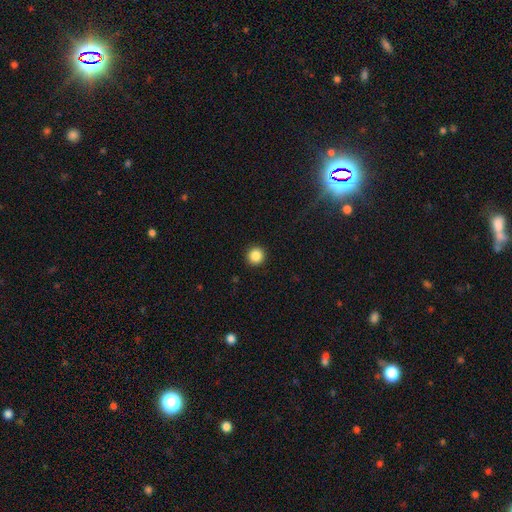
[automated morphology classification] This is clearly a smooth galaxy (87%). How rounded: clearly round (95%). Merging: clearly none (93%).